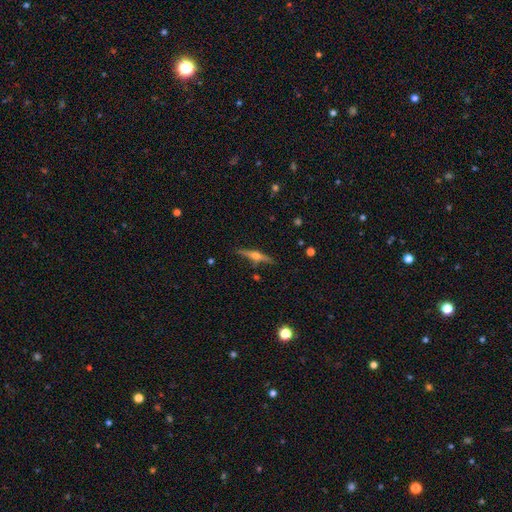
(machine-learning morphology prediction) Q: Smooth or featured?
A: featured or disk (76%); runner-up: smooth (18%)
Q: Edge-on disk?
A: yes (98%); runner-up: no (2%)
Q: Edge-on bulge?
A: rounded (94%); runner-up: boxy (3%)
Q: Merging?
A: none (86%); runner-up: minor disturbance (9%)